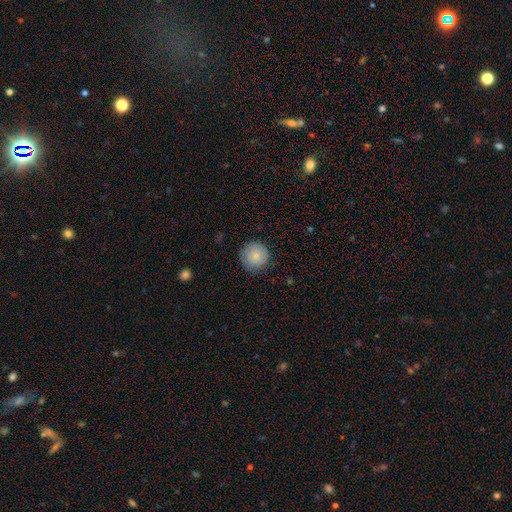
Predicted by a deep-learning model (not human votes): This is clearly a smooth galaxy (82%). How rounded: clearly round (95%). Merging: clearly none (83%).